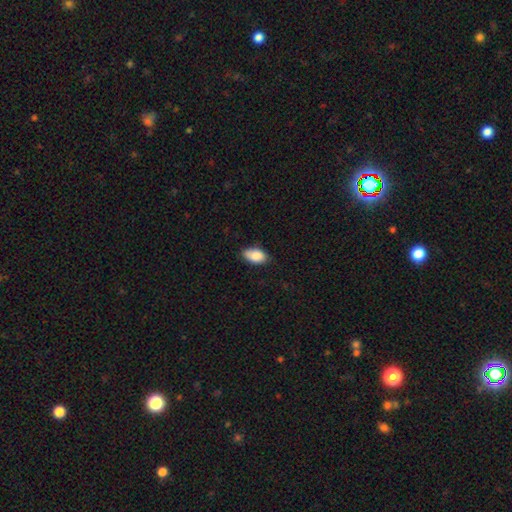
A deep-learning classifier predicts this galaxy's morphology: smooth-or-featured: smooth: 87% | star or artifact: 7% | featured or disk: 6%
  how-rounded: in between: 93% | round: 4% | cigar-shaped: 2%
  merging: none: 77% | minor disturbance: 20% | major disturbance: 3% | merger: 1%